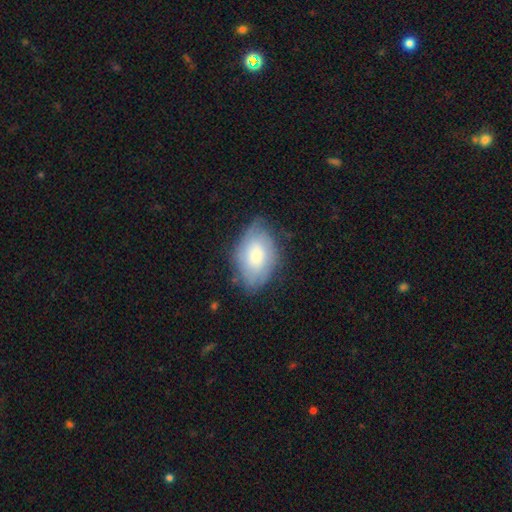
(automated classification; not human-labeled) This is possibly a smooth galaxy (57%). How rounded: clearly in between (89%). Merging: likely none (60%).